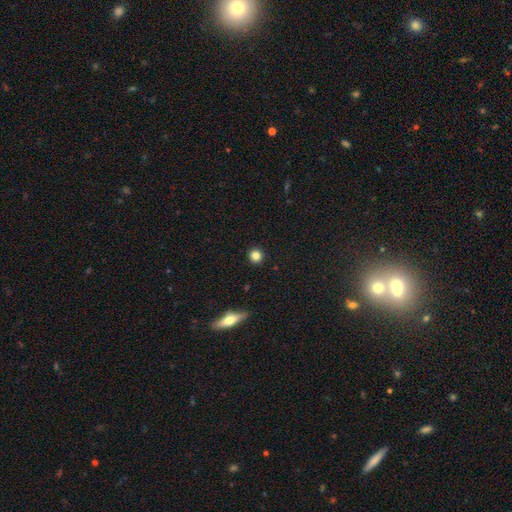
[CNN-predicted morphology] Smooth or featured? smooth (83%)
How rounded? round (93%)
Merging? none (92%)